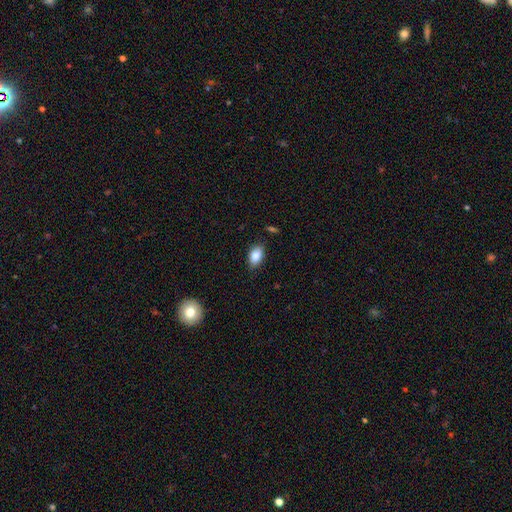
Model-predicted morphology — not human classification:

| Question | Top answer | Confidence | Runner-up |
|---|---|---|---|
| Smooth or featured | smooth | 86% | star or artifact (8%) |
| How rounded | in between | 90% | round (8%) |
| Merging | none | 84% | minor disturbance (12%) |